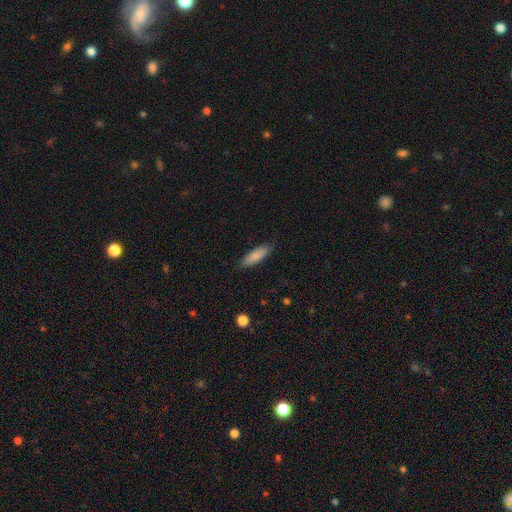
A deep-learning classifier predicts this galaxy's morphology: smooth_or_featured: smooth (p=0.85) [alt: featured or disk p=0.09]
how_rounded: cigar-shaped (p=0.57) [alt: in between p=0.42]
merging: none (p=0.86) [alt: minor disturbance p=0.11]